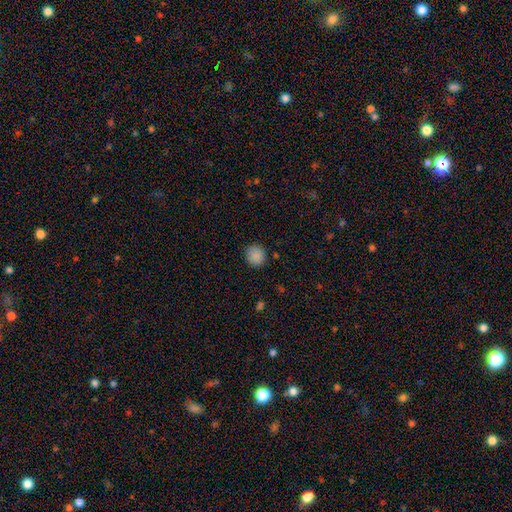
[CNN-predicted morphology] Q: Smooth or featured?
A: smooth (88%); runner-up: star or artifact (9%)
Q: How rounded?
A: round (90%); runner-up: in between (9%)
Q: Merging?
A: none (90%); runner-up: minor disturbance (7%)